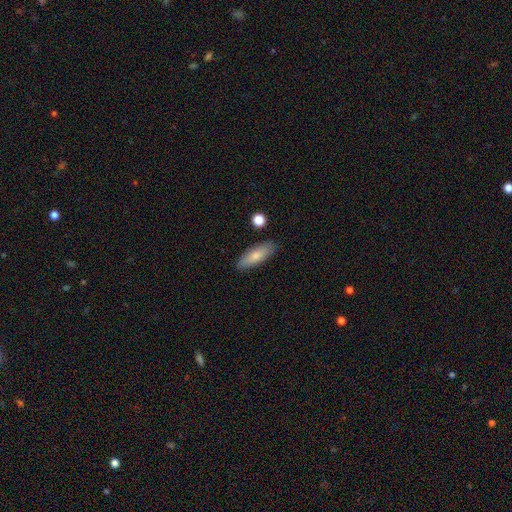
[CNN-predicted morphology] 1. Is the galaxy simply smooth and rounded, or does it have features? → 78% smooth, 16% featured or disk, 6% star or artifact.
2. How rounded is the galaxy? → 58% in between, 40% cigar-shaped, 2% round.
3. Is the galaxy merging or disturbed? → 85% none, 10% minor disturbance, 2% merger, 2% major disturbance.